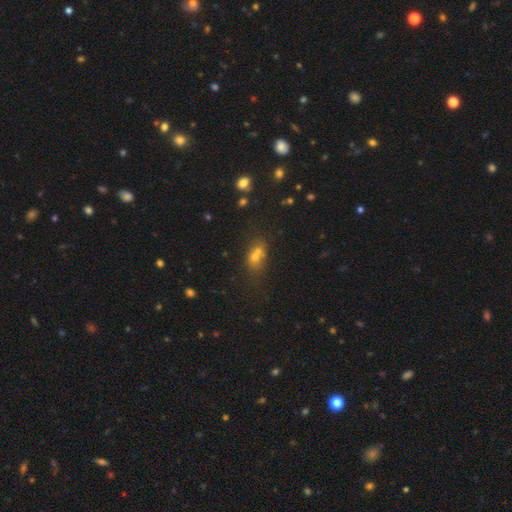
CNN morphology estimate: This is possibly a smooth galaxy (57%). How rounded: possibly round (49%). Merging: possibly merger (49%).